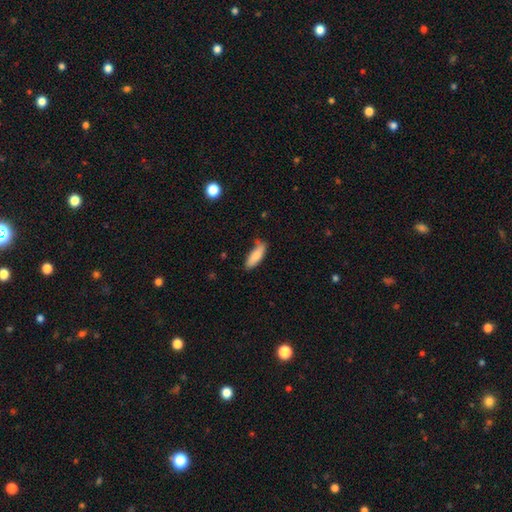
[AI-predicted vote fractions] Overall: smooth (84%). How rounded: in between (57%; cigar-shaped 41%). Merging: none (66%; minor disturbance 27%).